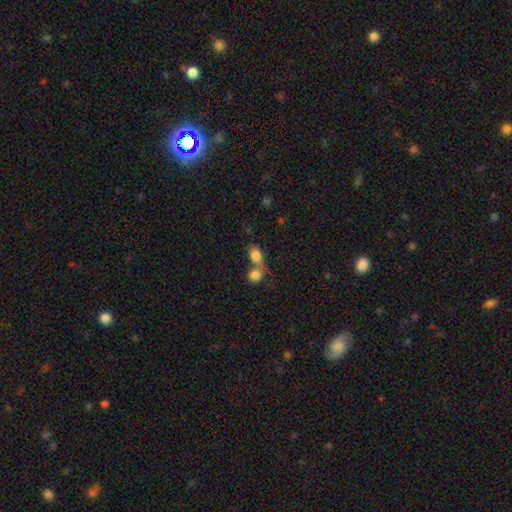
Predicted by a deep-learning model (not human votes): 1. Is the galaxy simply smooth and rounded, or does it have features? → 82% smooth, 9% star or artifact, 9% featured or disk.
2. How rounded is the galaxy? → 57% in between, 41% round, 2% cigar-shaped.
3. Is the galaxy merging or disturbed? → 62% merger, 27% none, 7% minor disturbance, 4% major disturbance.